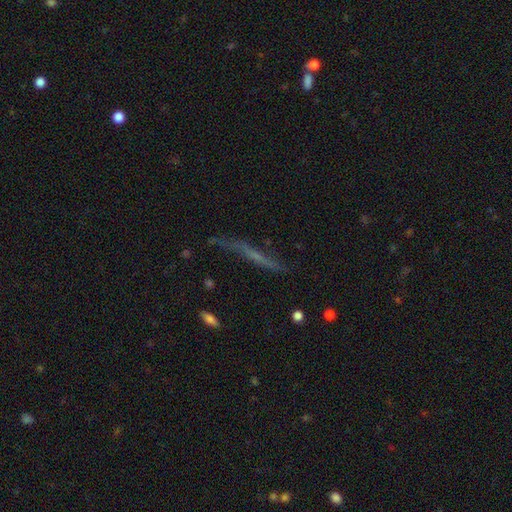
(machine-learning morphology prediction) A featured or disk galaxy (57%) viewed edge-on (80%).

Vote fractions:
- Smooth or featured? featured or disk: 57% / smooth: 30% / star or artifact: 13%
- Edge-on disk? yes: 80% / no: 20%
- Merging? none: 68% / minor disturbance: 20% / major disturbance: 8% / merger: 3%